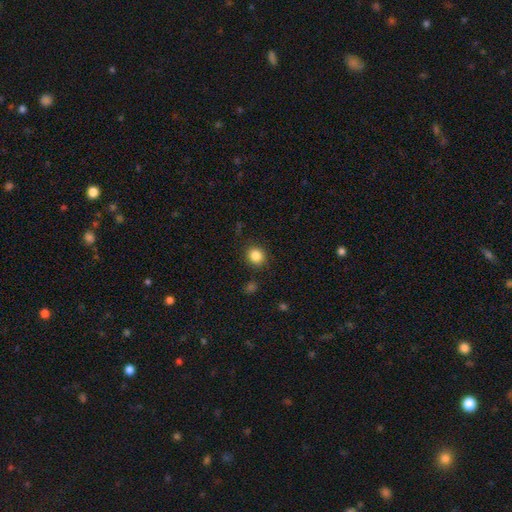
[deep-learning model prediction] This appears to be a smooth galaxy with no disk features (85%) that is round (84%). Merging: none (88%).